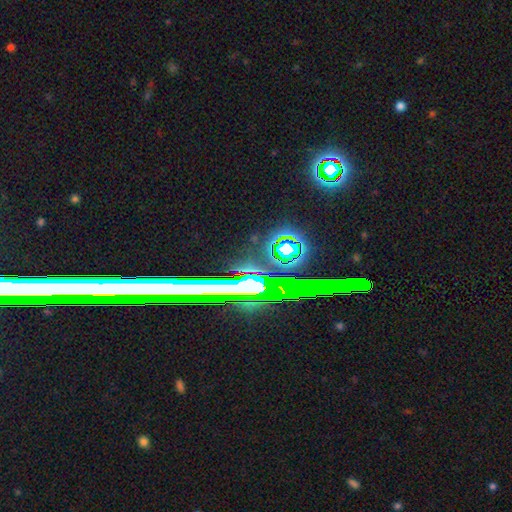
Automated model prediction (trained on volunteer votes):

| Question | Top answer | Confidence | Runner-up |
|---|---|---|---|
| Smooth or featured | star or artifact | 56% | featured or disk (30%) |